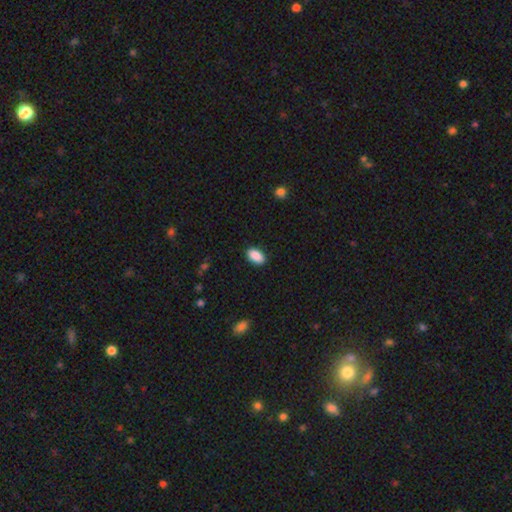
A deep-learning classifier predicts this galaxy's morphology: A smooth galaxy with no disk features (90%) that is in between round and cigar-shaped (93%). Merging: none (89%).